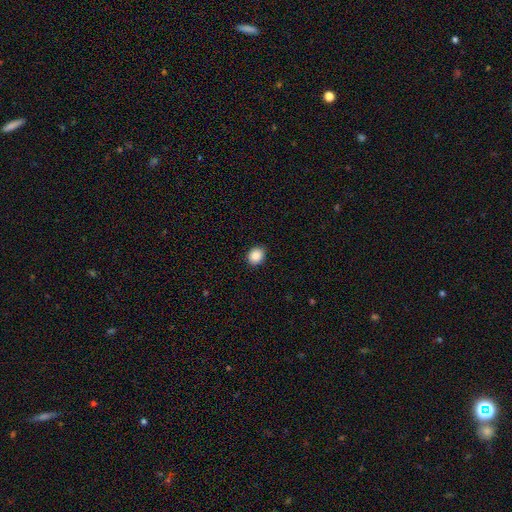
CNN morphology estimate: smooth_or_featured: smooth (p=0.88) [alt: star or artifact p=0.09]
how_rounded: round (p=0.61) [alt: in between p=0.39]
merging: none (p=0.90) [alt: minor disturbance p=0.07]